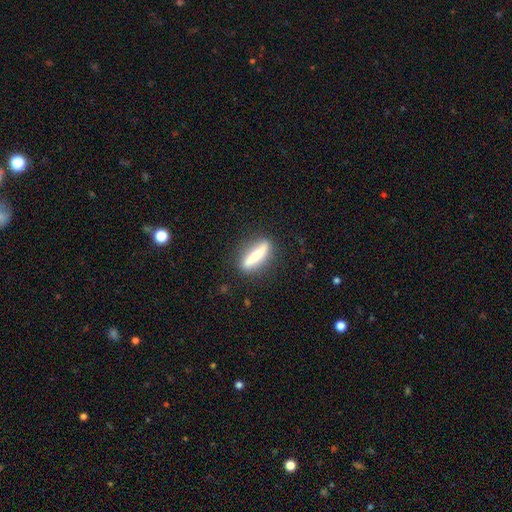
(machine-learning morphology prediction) Smooth or featured? smooth (69%)
How rounded? cigar-shaped (78%)
Merging? none (82%)